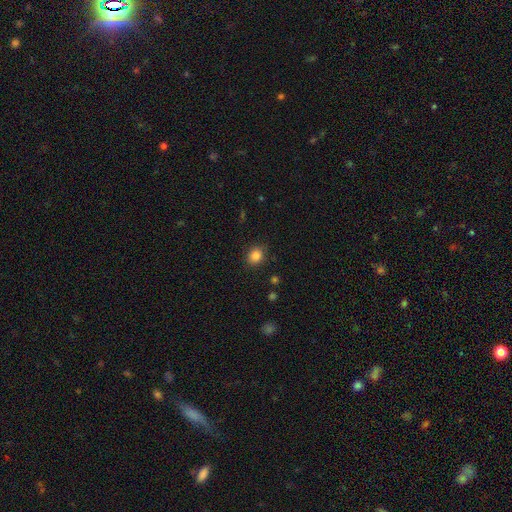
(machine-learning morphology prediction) Smooth or featured? Predicted: smooth (p=0.85). How rounded? Predicted: round (p=0.69). Merging? Predicted: none (p=0.87).